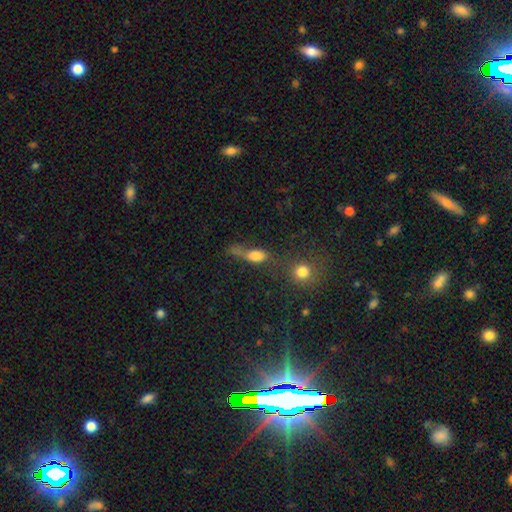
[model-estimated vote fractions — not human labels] Smooth or featured? smooth (68%)
How rounded? in between (63%)
Merging? none (30%)